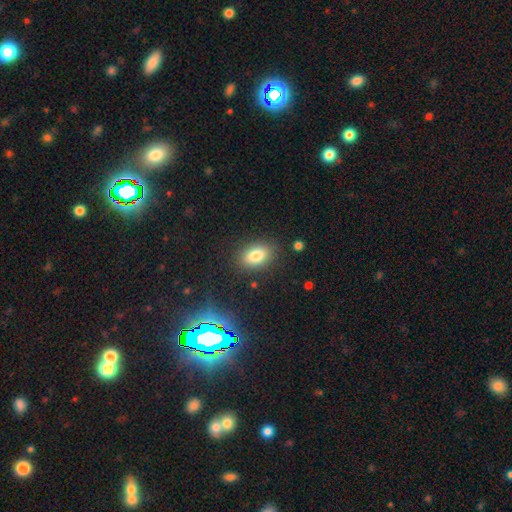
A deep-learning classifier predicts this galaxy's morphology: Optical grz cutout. It shows a smooth galaxy with no disk features (81%) that is in between round and cigar-shaped (84%). Merging: none (84%).